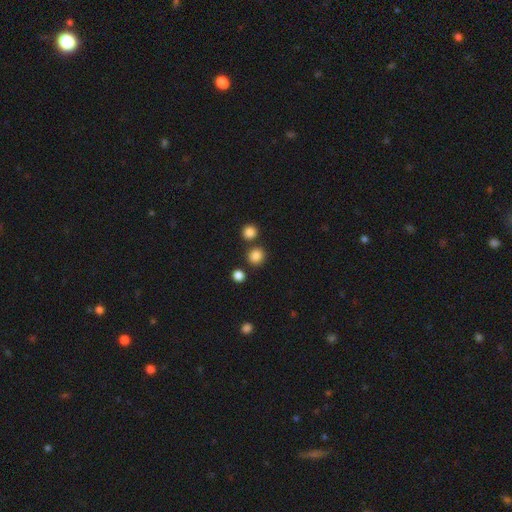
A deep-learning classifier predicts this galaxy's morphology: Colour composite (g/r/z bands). It shows a smooth galaxy with no disk features (83%) that is round (90%). Merging: none (78%).